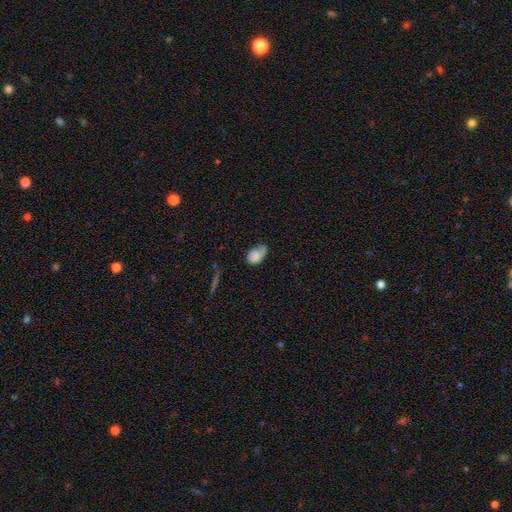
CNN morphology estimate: smooth 75%, featured or disk 17%, star or artifact 8%. Down the decision tree: how rounded — in between (83%); merging — minor disturbance (40%).